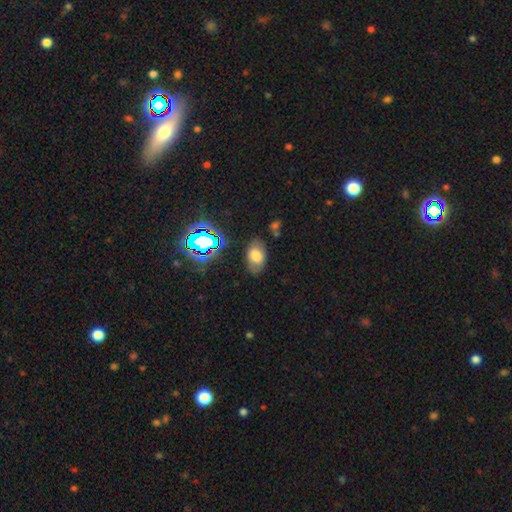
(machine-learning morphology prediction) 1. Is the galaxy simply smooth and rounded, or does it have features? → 69% smooth, 16% star or artifact, 15% featured or disk.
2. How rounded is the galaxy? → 89% in between, 10% round, 1% cigar-shaped.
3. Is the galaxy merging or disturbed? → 74% none, 18% minor disturbance, 5% major disturbance, 3% merger.